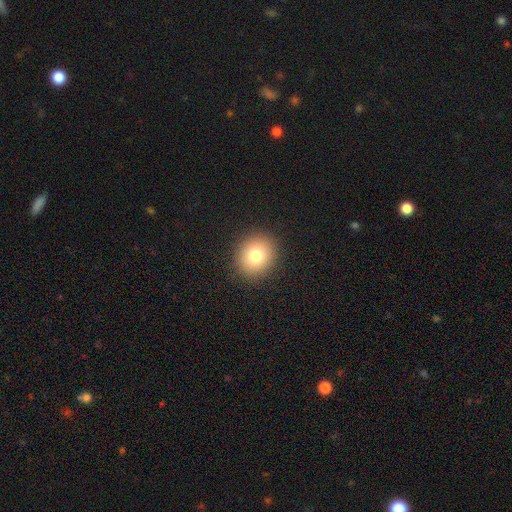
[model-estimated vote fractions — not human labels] A smooth galaxy with no disk features (76%) that is round (81%). Merging: none (91%).